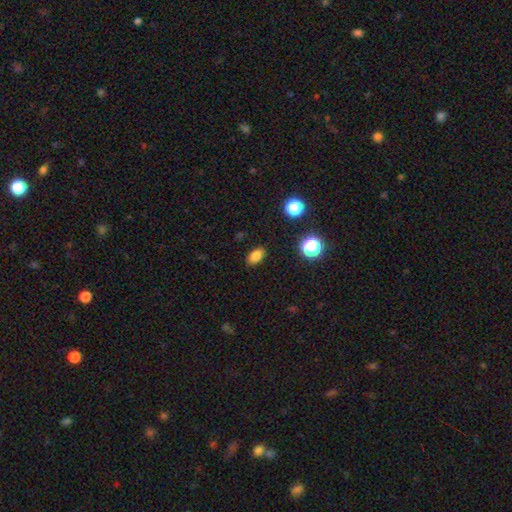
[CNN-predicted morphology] type=smooth (81%); roundness=in between (86%); merging=none (87%).